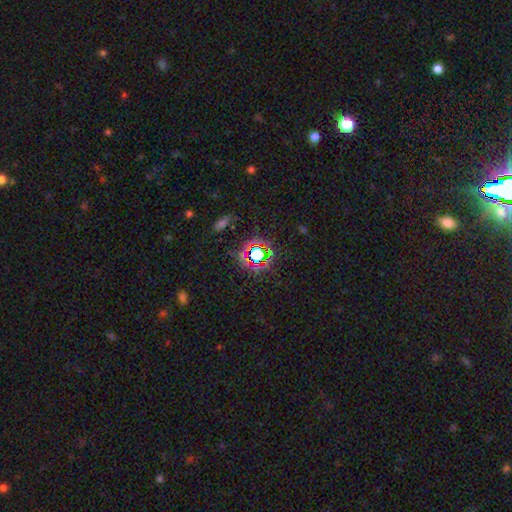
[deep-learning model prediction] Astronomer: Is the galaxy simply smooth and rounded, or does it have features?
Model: star or artifact — 71%.